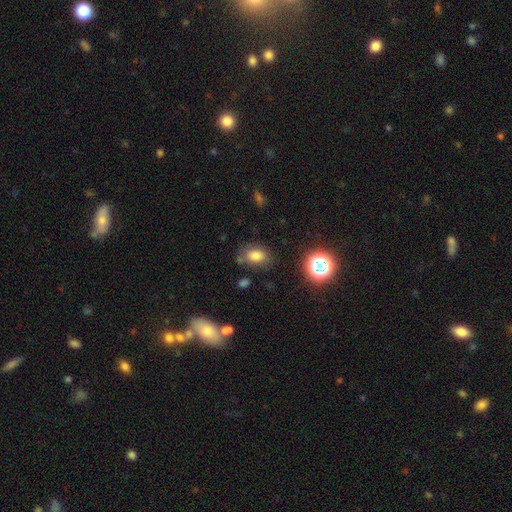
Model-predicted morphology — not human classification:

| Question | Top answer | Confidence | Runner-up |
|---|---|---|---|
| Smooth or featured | smooth | 77% | star or artifact (14%) |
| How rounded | in between | 79% | round (20%) |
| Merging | none | 72% | minor disturbance (18%) |